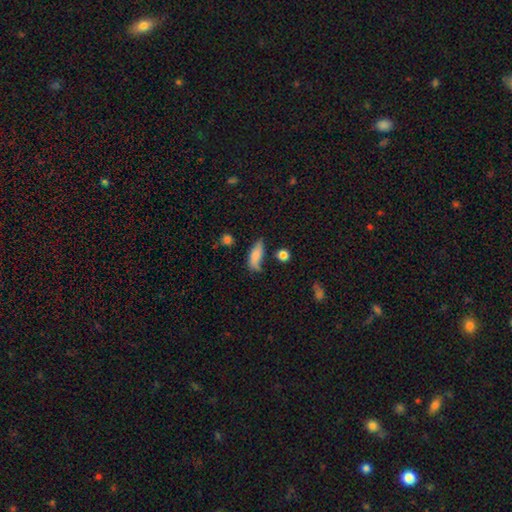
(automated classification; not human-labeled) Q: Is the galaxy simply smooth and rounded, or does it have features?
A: smooth — 75%.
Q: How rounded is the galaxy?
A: in between — 66%.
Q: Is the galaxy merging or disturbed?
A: none — 48%.